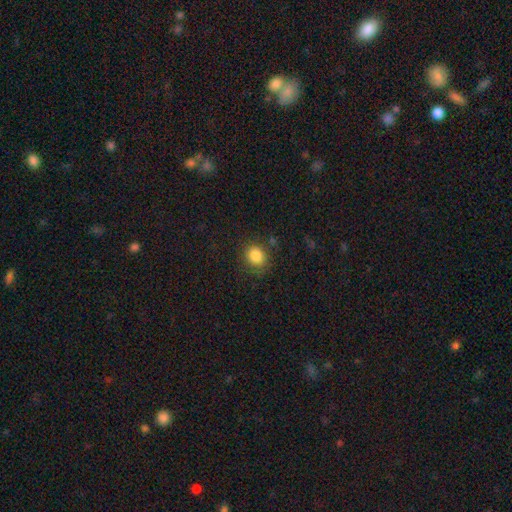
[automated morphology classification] Smooth or featured? smooth (84%)
How rounded? round (77%)
Merging? none (80%)